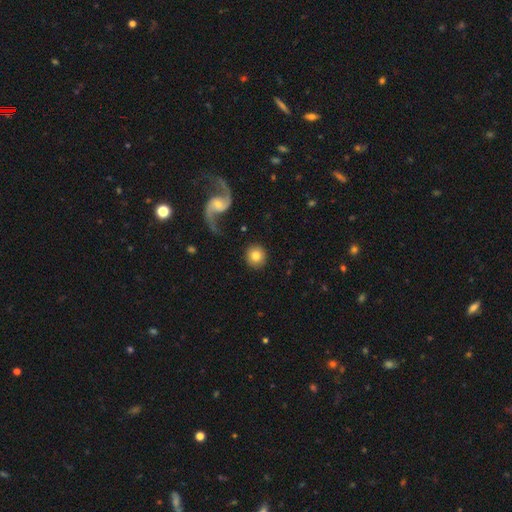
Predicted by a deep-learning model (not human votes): Overall: smooth (79%). How rounded: round (93%). Merging: none (87%).